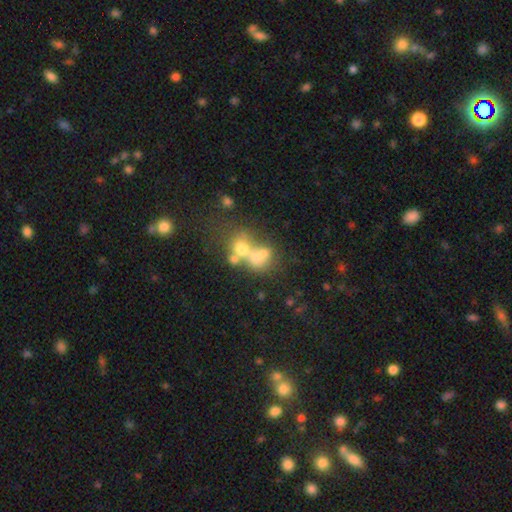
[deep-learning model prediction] smooth_or_featured: smooth (p=0.48) [alt: featured or disk p=0.30]
merging: merger (p=0.56) [alt: none p=0.29]